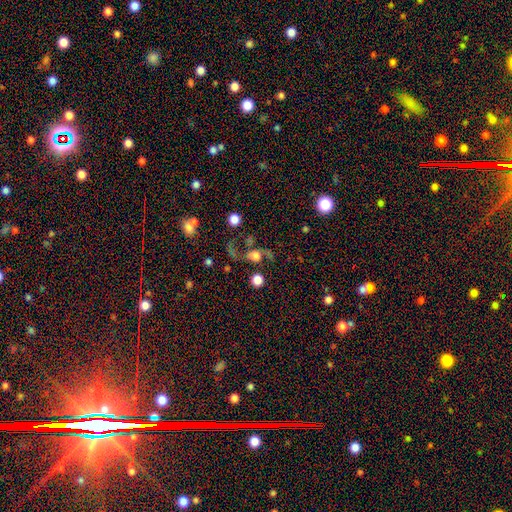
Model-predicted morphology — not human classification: Smooth or featured?
  - featured or disk: 46% *
  - smooth: 37%
  - star or artifact: 17%
Merging?
  - none: 43% *
  - major disturbance: 25%
  - minor disturbance: 17%
  - merger: 15%